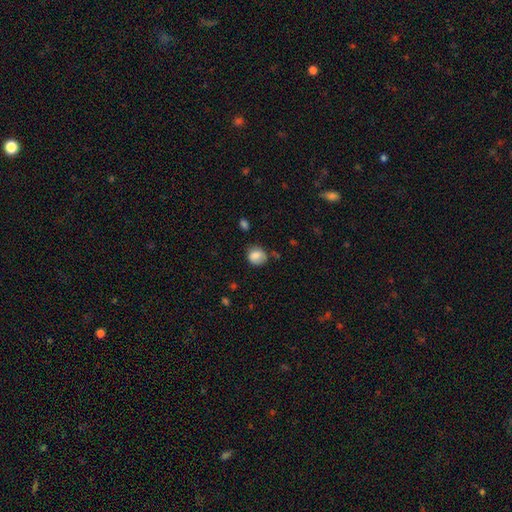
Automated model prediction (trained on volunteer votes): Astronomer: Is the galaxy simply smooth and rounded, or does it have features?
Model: smooth — 82%.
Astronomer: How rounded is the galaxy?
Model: round — 73%.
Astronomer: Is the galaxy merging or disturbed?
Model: none — 63%.